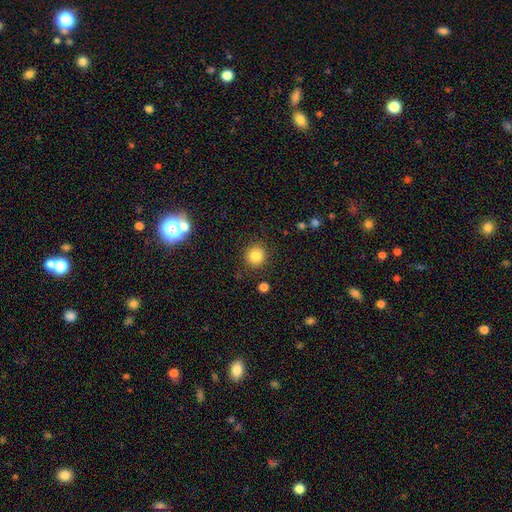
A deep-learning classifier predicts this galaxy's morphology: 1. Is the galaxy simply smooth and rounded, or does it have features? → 84% smooth, 11% star or artifact, 5% featured or disk.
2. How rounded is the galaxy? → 92% round, 7% in between, 1% cigar-shaped.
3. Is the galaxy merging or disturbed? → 88% none, 8% minor disturbance, 3% major disturbance, 2% merger.